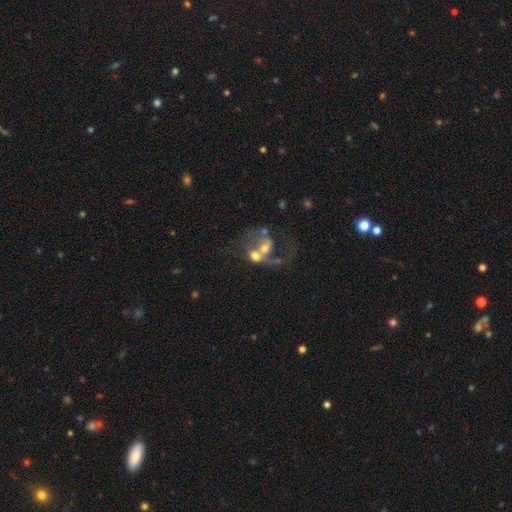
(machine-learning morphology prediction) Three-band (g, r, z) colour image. It shows a featured or disk galaxy (55%) with no bar (72%), no spiral arms (51%) and a moderate central bulge (47%). Merging: merger (65%).